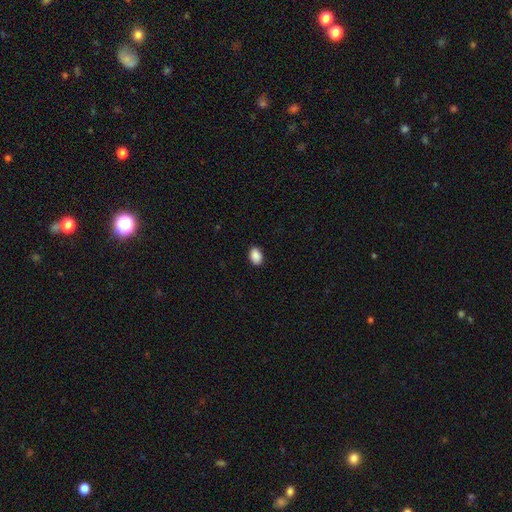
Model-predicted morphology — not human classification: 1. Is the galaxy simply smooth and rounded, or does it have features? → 90% smooth, 7% star or artifact, 3% featured or disk.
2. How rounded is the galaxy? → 83% in between, 16% round, 1% cigar-shaped.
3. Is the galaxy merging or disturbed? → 89% none, 8% minor disturbance, 2% major disturbance, 1% merger.